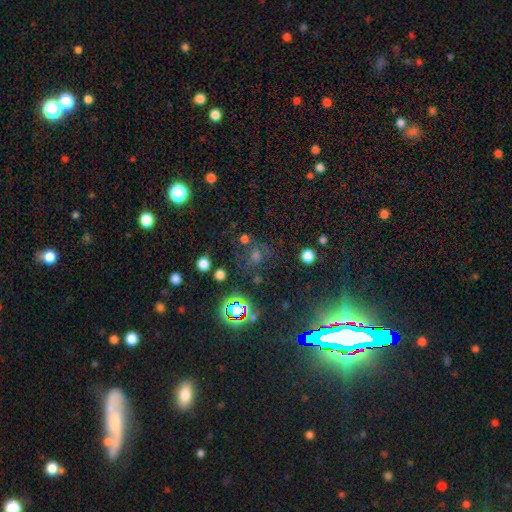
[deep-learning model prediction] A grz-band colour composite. It shows a star or artifact, not a galaxy (47%).